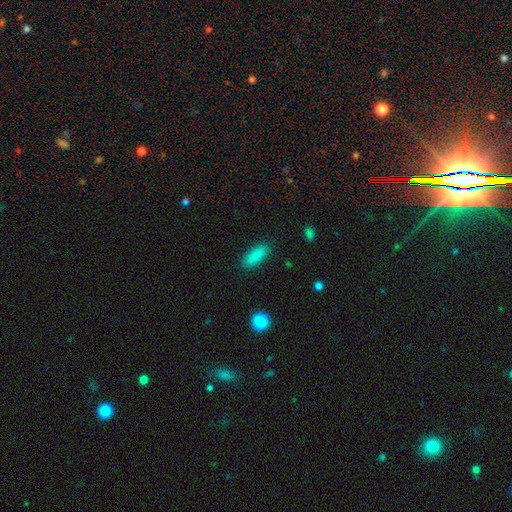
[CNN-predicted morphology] A smooth galaxy with no disk features (87%) that is in between round and cigar-shaped (70%).

Vote fractions:
- Smooth or featured? smooth: 87% / star or artifact: 7% / featured or disk: 5%
- How rounded? in between: 70% / cigar-shaped: 28% / round: 2%
- Merging? none: 88% / minor disturbance: 9% / major disturbance: 2% / merger: 1%